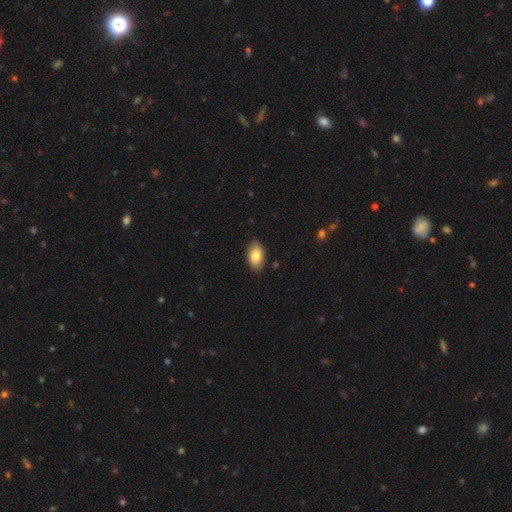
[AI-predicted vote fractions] This appears to be a smooth galaxy with no disk features (81%) that is in between round and cigar-shaped (93%). Merging: none (85%).